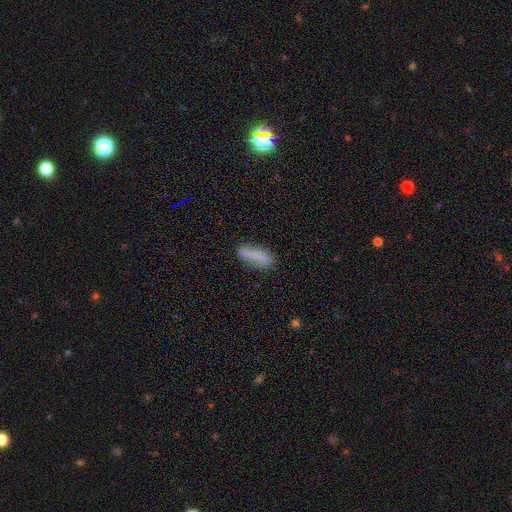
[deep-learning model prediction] Q: Smooth or featured?
A: smooth (76%); runner-up: featured or disk (15%)
Q: How rounded?
A: in between (49%); tied with: cigar-shaped (49%)
Q: Merging?
A: none (69%); runner-up: minor disturbance (21%)